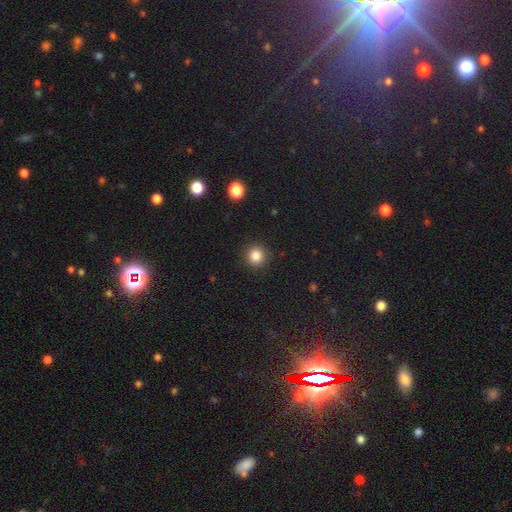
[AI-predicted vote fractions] Smooth or featured? smooth (85%)
How rounded? round (92%)
Merging? none (91%)